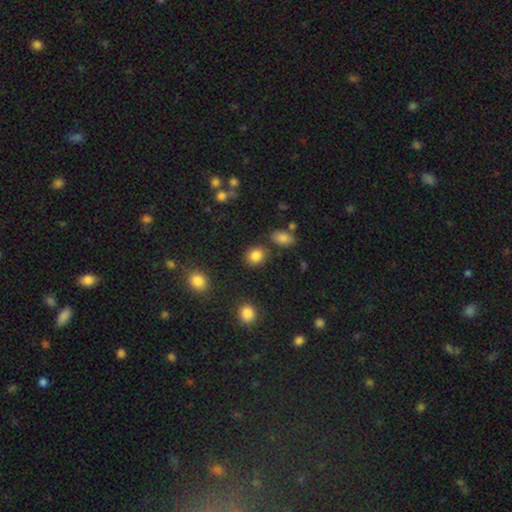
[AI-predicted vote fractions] A smooth galaxy with no disk features (85%) that is round (67%). Merging: none (81%).